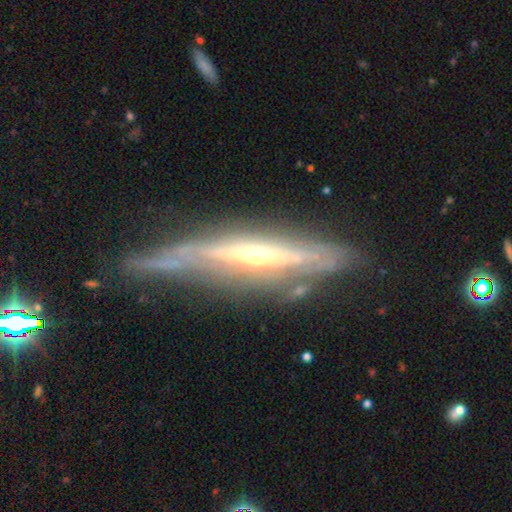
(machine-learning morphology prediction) Q: Smooth or featured?
A: featured or disk (84%); runner-up: smooth (10%)
Q: Edge-on disk?
A: yes (88%); runner-up: no (12%)
Q: Edge-on bulge?
A: rounded (62%); runner-up: none (30%)
Q: Merging?
A: none (63%); runner-up: minor disturbance (23%)